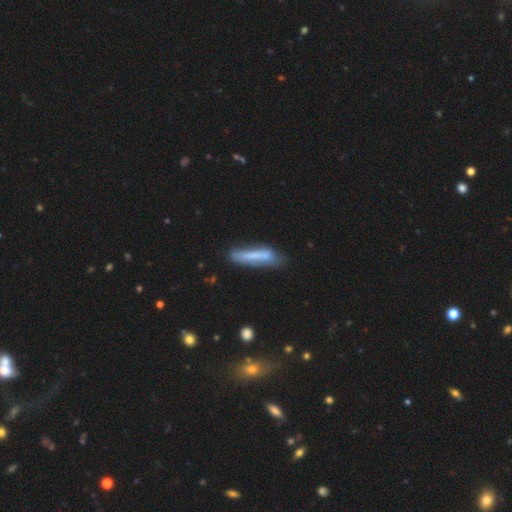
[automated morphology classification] smooth-or-featured: smooth: 59% | featured or disk: 33% | star or artifact: 8%
  how-rounded: cigar-shaped: 84% | in between: 14% | round: 2%
  merging: none: 58% | minor disturbance: 25% | major disturbance: 9% | merger: 7%